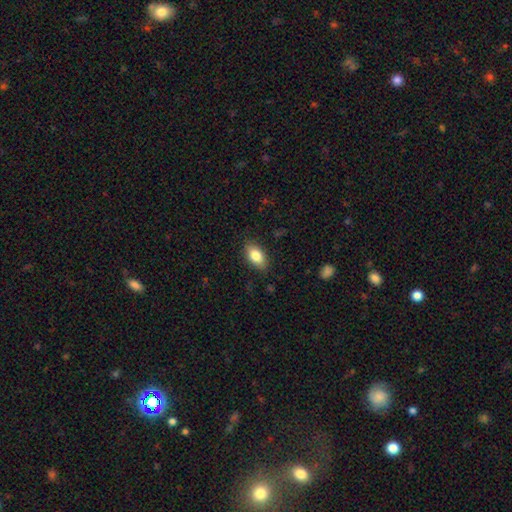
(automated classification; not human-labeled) Smooth or featured? Predicted: smooth (p=0.83). How rounded? Predicted: in between (p=0.91). Merging? Predicted: none (p=0.86).